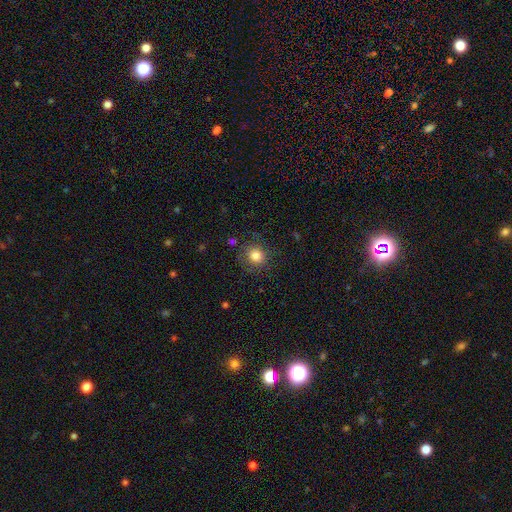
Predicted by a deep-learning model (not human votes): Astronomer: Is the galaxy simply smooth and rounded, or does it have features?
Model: smooth — 81%.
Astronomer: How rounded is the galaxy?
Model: round — 88%.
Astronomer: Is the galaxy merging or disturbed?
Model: none — 78%.